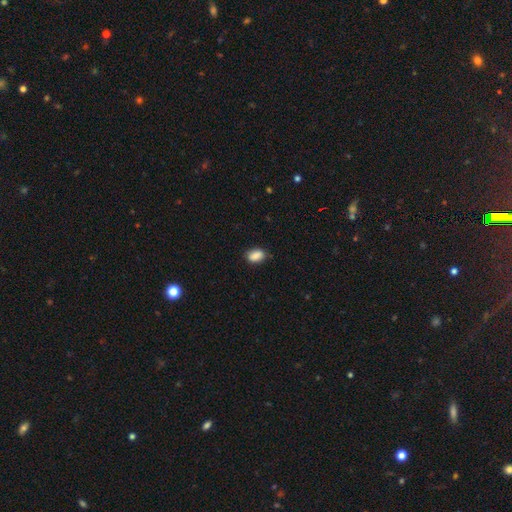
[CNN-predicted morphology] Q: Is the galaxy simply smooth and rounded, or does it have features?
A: smooth — 89%.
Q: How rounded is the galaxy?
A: in between — 87%.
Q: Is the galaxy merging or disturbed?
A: none — 79%.